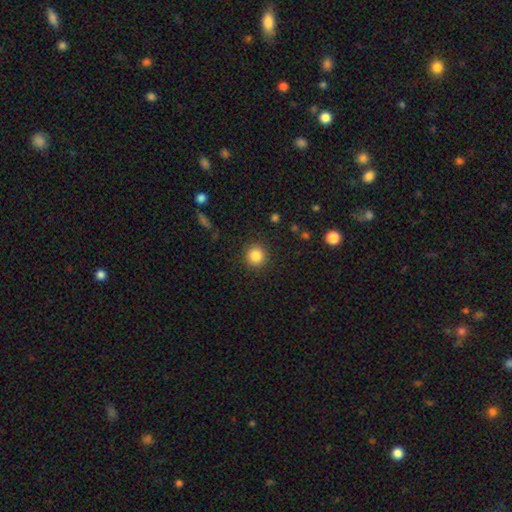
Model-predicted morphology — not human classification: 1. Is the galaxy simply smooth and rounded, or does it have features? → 85% smooth, 10% star or artifact, 5% featured or disk.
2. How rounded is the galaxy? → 93% round, 6% in between, 1% cigar-shaped.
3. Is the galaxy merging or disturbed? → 90% none, 6% minor disturbance, 3% major disturbance, 1% merger.